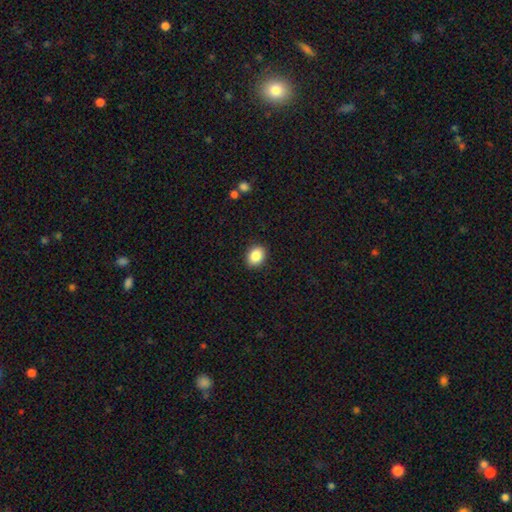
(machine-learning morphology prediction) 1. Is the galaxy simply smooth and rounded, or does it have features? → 88% smooth, 8% star or artifact, 4% featured or disk.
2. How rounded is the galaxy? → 63% in between, 36% round, 1% cigar-shaped.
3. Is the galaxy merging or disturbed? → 90% none, 7% minor disturbance, 2% major disturbance, 1% merger.